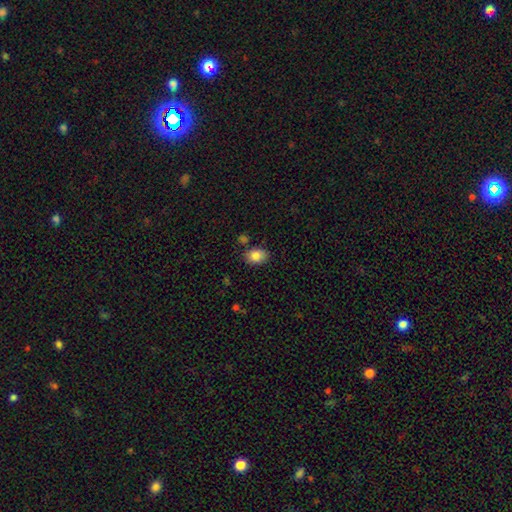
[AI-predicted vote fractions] Q: Smooth or featured?
A: smooth (86%); runner-up: star or artifact (8%)
Q: How rounded?
A: in between (76%); runner-up: round (23%)
Q: Merging?
A: none (78%); runner-up: minor disturbance (13%)